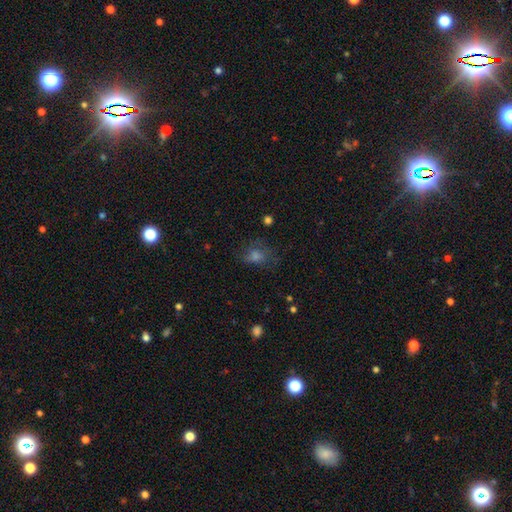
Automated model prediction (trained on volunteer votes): Overall: smooth (48%; featured or disk 27%). Merging: none (59%; minor disturbance 21%).